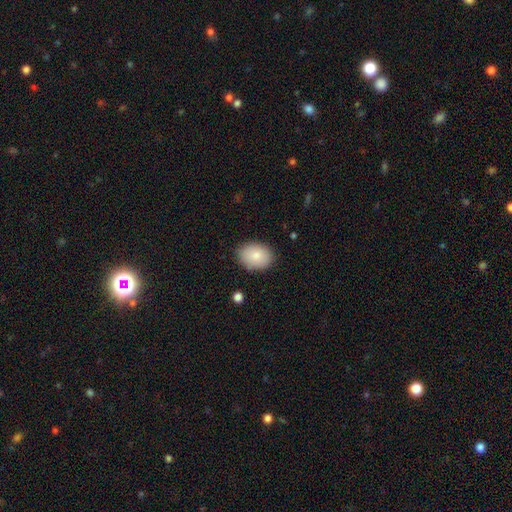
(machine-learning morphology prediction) A smooth galaxy with no disk features (85%) that is in between round and cigar-shaped (74%).

Vote fractions:
- Smooth or featured? smooth: 85% / featured or disk: 8% / star or artifact: 7%
- How rounded? in between: 74% / round: 26% / cigar-shaped: 1%
- Merging? none: 84% / minor disturbance: 12% / major disturbance: 3% / merger: 1%